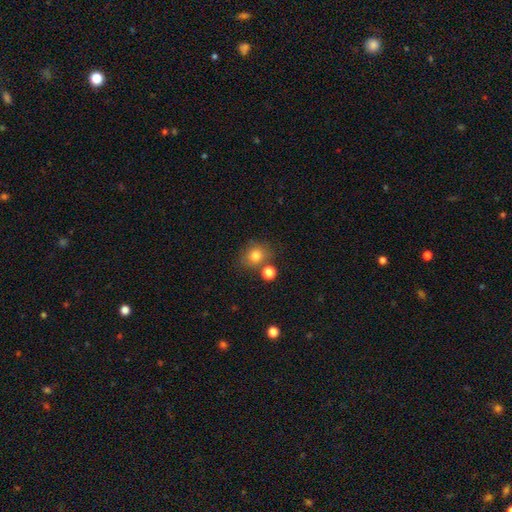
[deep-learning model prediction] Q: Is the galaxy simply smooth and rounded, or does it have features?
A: smooth — 79%.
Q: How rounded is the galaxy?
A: round — 69%.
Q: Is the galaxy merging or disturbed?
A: none — 67%.